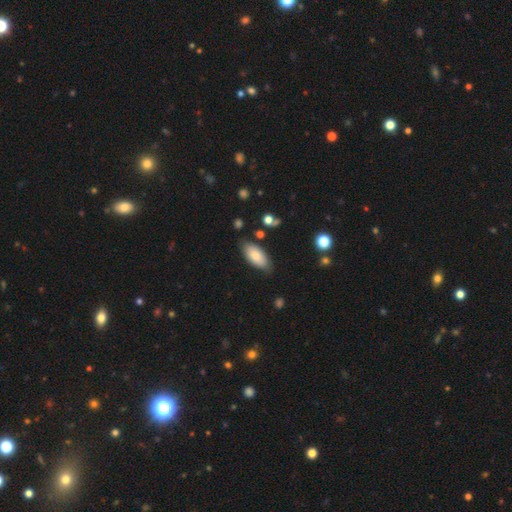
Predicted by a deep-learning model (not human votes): Smooth or featured? Predicted: smooth (p=0.81). How rounded? Predicted: in between (p=0.89). Merging? Predicted: none (p=0.79).